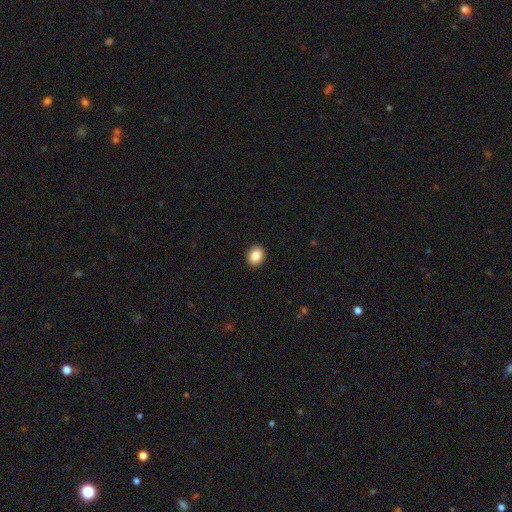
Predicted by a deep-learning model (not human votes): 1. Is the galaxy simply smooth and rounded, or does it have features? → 86% smooth, 9% star or artifact, 5% featured or disk.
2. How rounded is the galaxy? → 66% round, 33% in between, 1% cigar-shaped.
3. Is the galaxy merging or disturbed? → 92% none, 5% minor disturbance, 2% major disturbance, 1% merger.